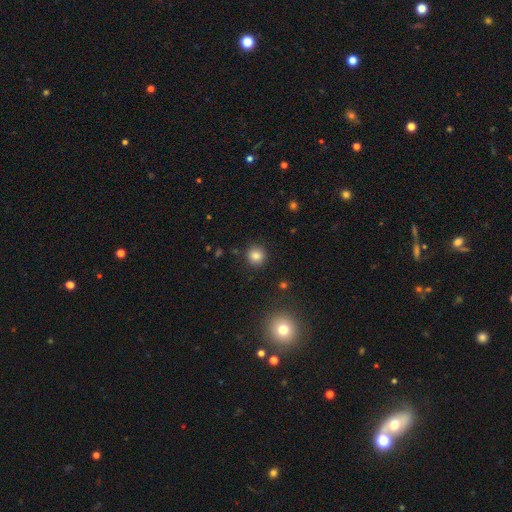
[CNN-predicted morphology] Overall: smooth (83%). How rounded: round (93%). Merging: none (91%).